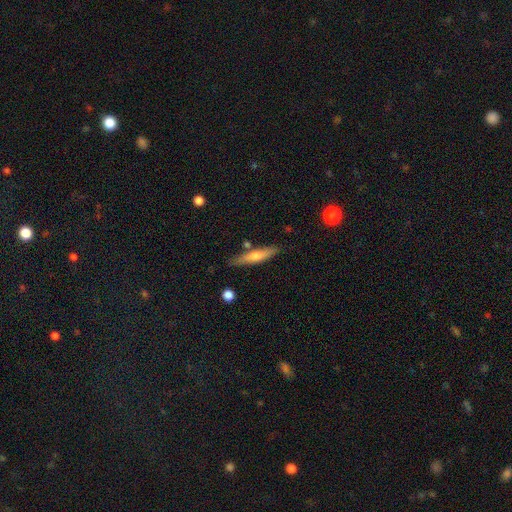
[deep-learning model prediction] Smooth or featured?
  - smooth: 50% *
  - featured or disk: 43%
  - star or artifact: 6%
How rounded?
  - cigar-shaped: 88% *
  - in between: 11%
  - round: 2%
Merging?
  - none: 83% *
  - minor disturbance: 11%
  - merger: 4%
  - major disturbance: 2%